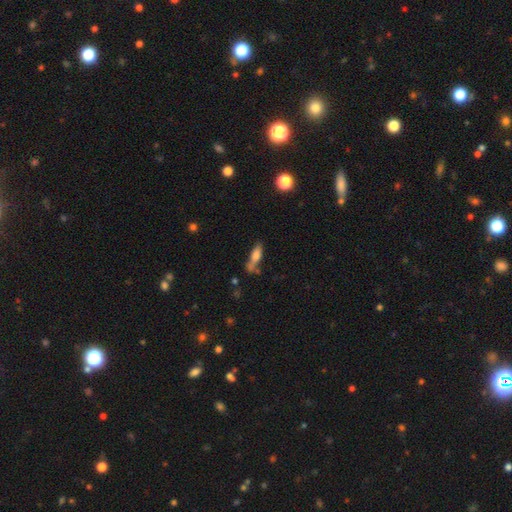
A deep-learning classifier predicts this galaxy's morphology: Q: Smooth or featured?
A: smooth (65%); runner-up: featured or disk (26%)
Q: How rounded?
A: cigar-shaped (53%); runner-up: in between (44%)
Q: Merging?
A: none (48%); runner-up: minor disturbance (22%)